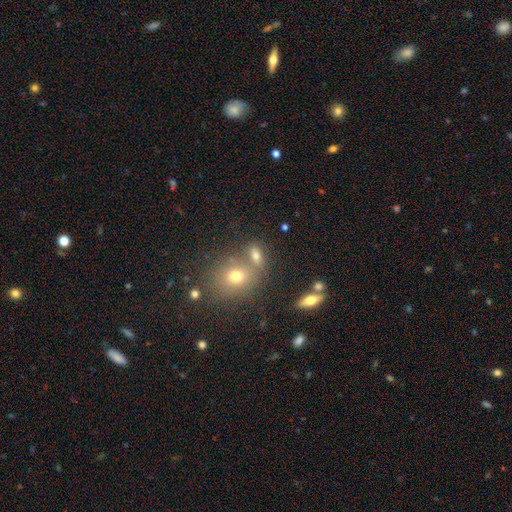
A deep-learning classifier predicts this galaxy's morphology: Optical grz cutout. It shows a smooth galaxy with no disk features (67%) that is in between round and cigar-shaped (63%). Merging: none (51%).